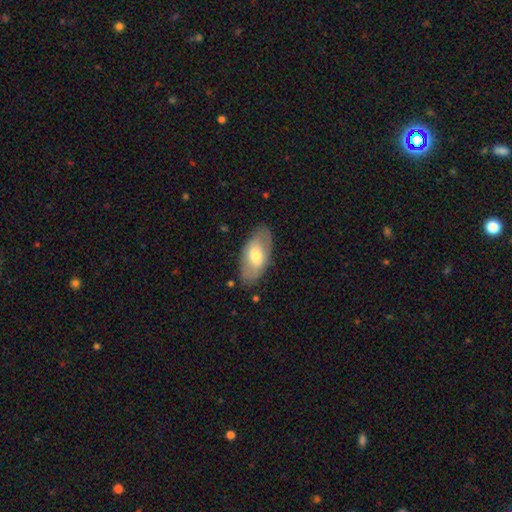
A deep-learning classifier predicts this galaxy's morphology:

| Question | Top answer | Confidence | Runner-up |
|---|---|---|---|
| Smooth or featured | smooth | 63% | featured or disk (32%) |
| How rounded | in between | 93% | cigar-shaped (4%) |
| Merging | none | 80% | minor disturbance (14%) |